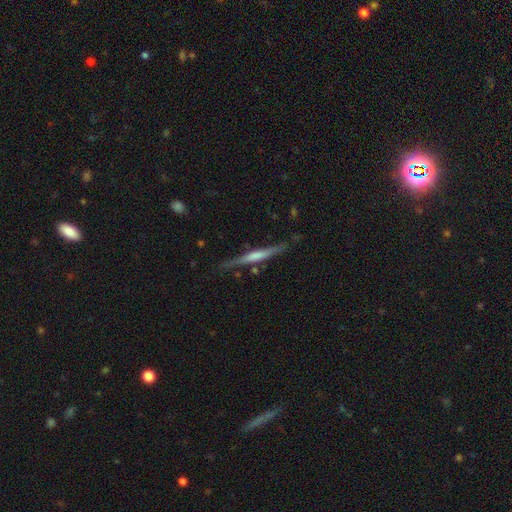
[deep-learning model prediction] This is likely a featured or disk galaxy (73%). It is clearly viewed edge-on (97%). Edge-on bulge: possibly rounded (46%). Merging: clearly none (83%).